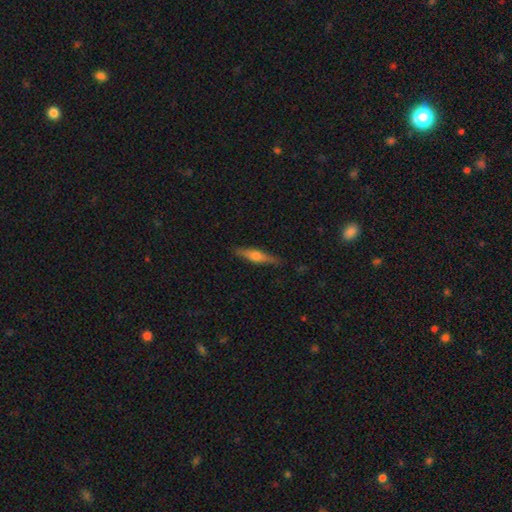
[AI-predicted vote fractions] Smooth or featured?
  - featured or disk: 51% *
  - smooth: 42%
  - star or artifact: 6%
Edge-on disk?
  - yes: 95% *
  - no: 5%
Merging?
  - none: 85% *
  - minor disturbance: 11%
  - major disturbance: 2%
  - merger: 1%